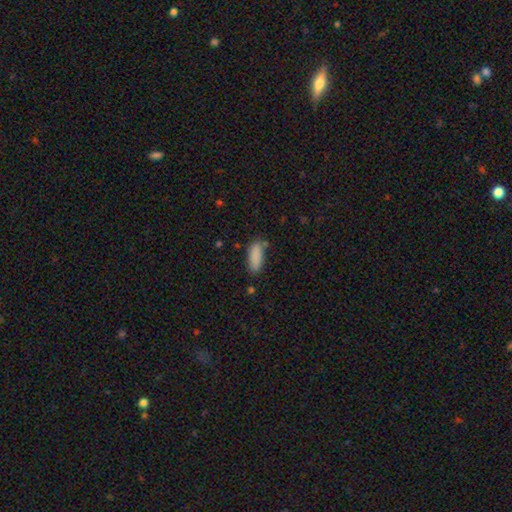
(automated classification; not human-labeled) Smooth or featured? Predicted: smooth (p=0.87). How rounded? Predicted: in between (p=0.70). Merging? Predicted: none (p=0.74).